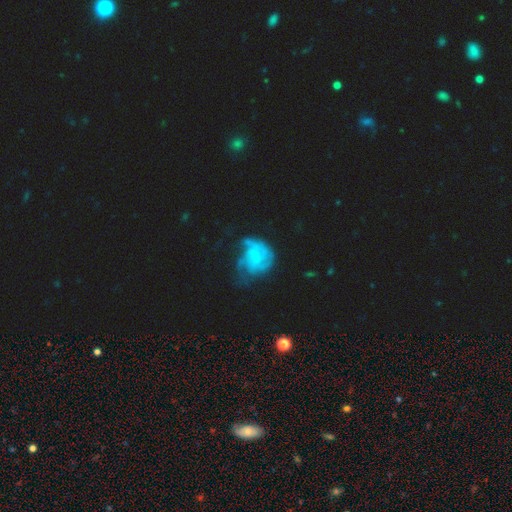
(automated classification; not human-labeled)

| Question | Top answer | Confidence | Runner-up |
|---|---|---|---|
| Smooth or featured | featured or disk | 66% | smooth (24%) |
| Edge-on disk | no | 98% | yes (2%) |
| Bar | no | 65% | weak (29%) |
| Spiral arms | yes | 75% | no (25%) |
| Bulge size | none | 63% | small (21%) |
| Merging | none | 38% | major disturbance (34%) |